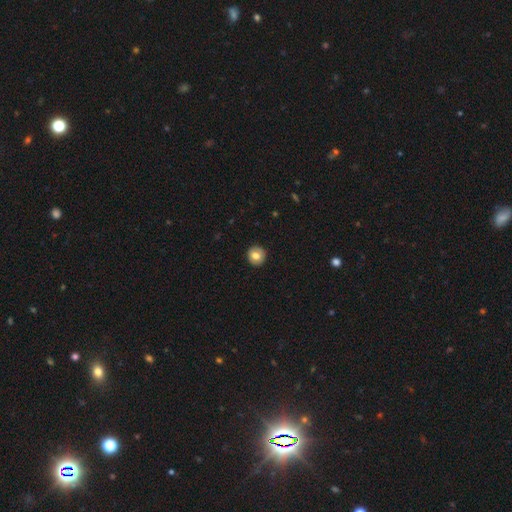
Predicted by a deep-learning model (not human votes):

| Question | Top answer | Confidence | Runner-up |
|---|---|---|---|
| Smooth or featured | smooth | 74% | featured or disk (18%) |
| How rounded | round | 92% | in between (7%) |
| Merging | none | 91% | minor disturbance (7%) |